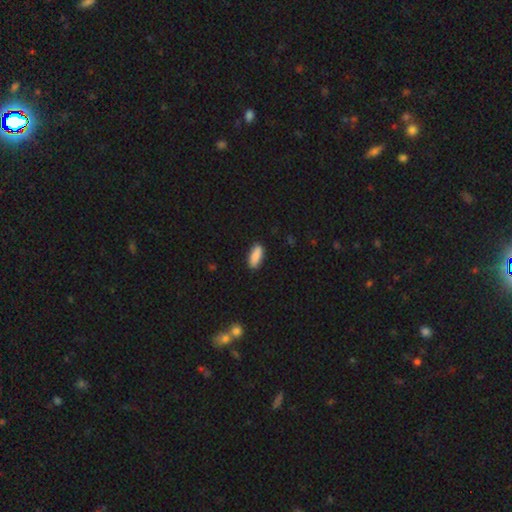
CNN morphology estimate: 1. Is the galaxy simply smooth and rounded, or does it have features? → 89% smooth, 6% star or artifact, 5% featured or disk.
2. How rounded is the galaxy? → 80% in between, 18% cigar-shaped, 2% round.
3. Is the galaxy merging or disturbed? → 88% none, 9% minor disturbance, 2% major disturbance, 1% merger.